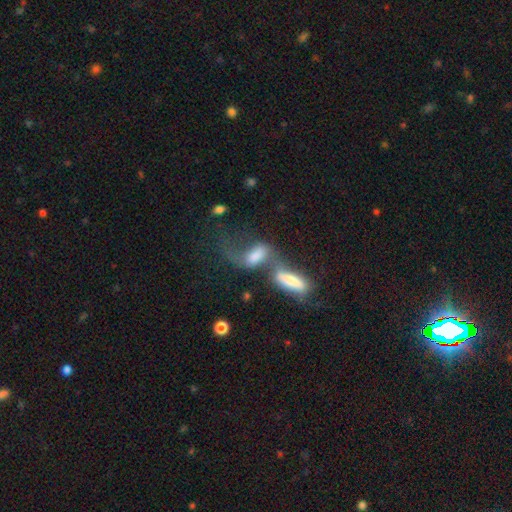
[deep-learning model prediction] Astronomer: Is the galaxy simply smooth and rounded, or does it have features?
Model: smooth — 55% (runner-up: featured or disk, 35%).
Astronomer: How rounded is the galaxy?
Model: in between — 77%.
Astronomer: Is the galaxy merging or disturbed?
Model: merger — 70%.